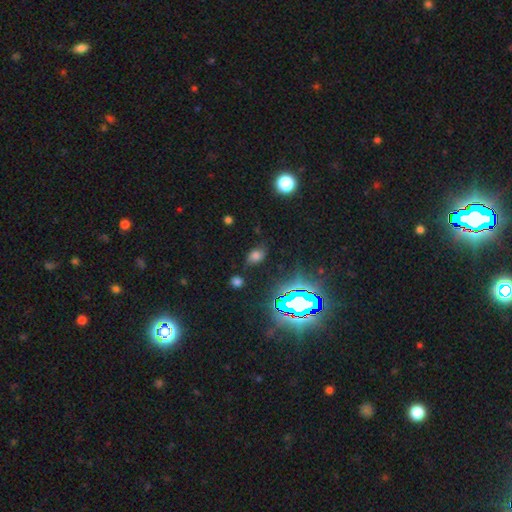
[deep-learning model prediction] This is possibly a smooth galaxy (57%). How rounded: likely in between (74%). Merging: likely none (71%).